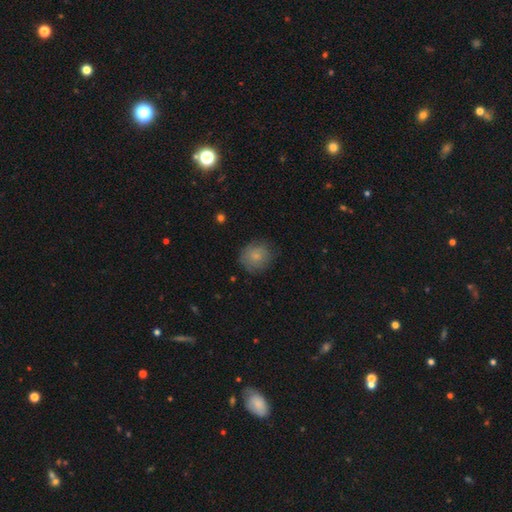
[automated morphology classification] Smooth or featured?
  - smooth: 77% *
  - featured or disk: 15%
  - star or artifact: 8%
How rounded?
  - round: 82% *
  - in between: 17%
  - cigar-shaped: 1%
Merging?
  - none: 74% *
  - minor disturbance: 19%
  - major disturbance: 5%
  - merger: 1%